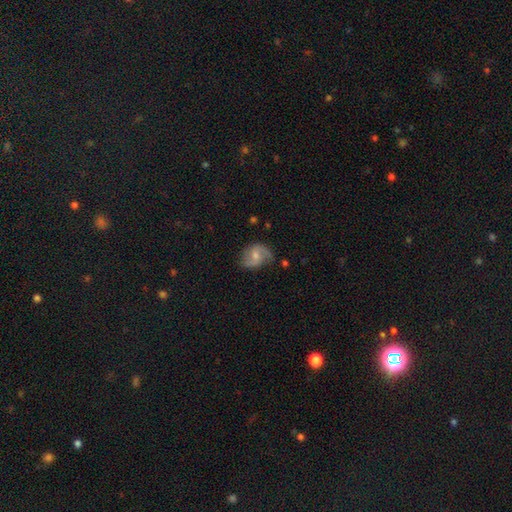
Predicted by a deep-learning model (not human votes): Morphology: type=featured or disk (71%); edge-on=no (97%); bar=weak (48%); spiral arms=yes (93%); winding=medium (45%); arm count=2 (87%); bulge=moderate (50%); merging=none (71%).